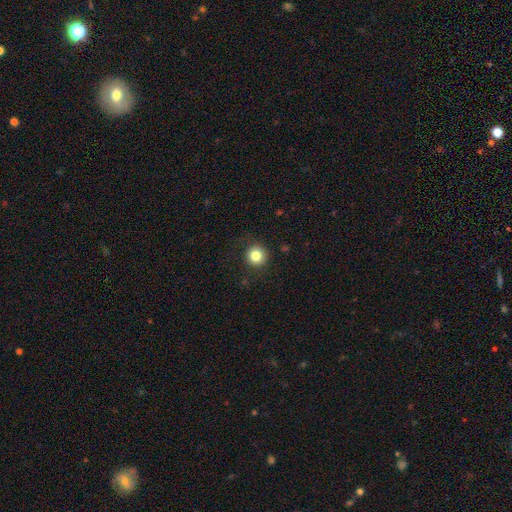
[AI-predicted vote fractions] Smooth or featured? smooth (82%)
How rounded? round (94%)
Merging? none (88%)